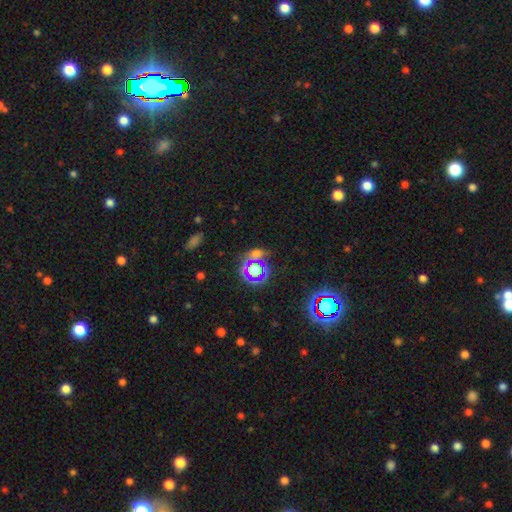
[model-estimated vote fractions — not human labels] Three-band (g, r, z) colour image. It shows a star or artifact, not a galaxy (69%).